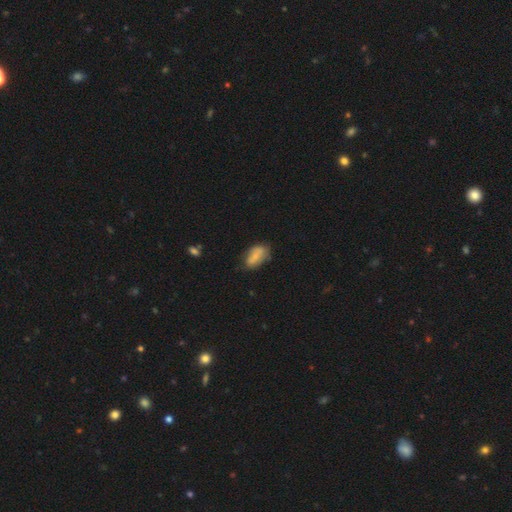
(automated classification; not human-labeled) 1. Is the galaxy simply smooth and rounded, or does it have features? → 69% smooth, 23% featured or disk, 8% star or artifact.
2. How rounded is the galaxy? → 90% in between, 5% round, 5% cigar-shaped.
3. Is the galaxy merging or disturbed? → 54% none, 30% minor disturbance, 9% major disturbance, 7% merger.